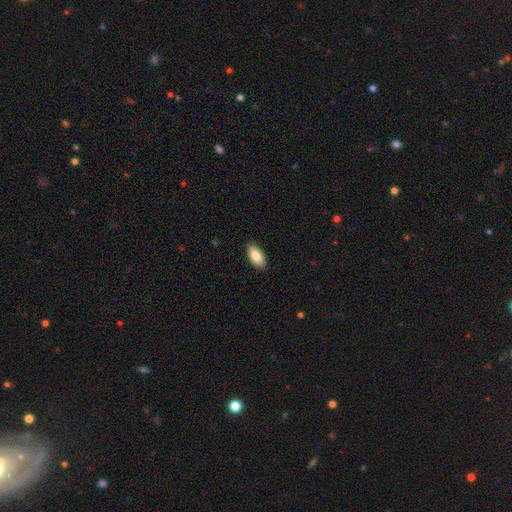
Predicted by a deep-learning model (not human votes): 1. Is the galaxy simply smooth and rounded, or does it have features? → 84% smooth, 10% featured or disk, 6% star or artifact.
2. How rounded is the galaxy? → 93% in between, 5% cigar-shaped, 3% round.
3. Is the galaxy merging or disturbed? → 88% none, 9% minor disturbance, 2% major disturbance, 1% merger.